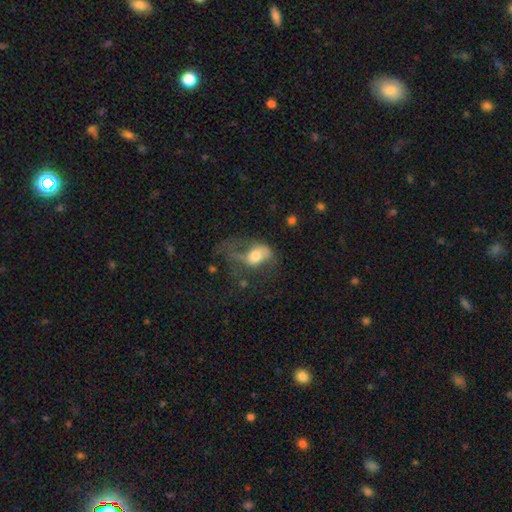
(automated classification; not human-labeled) Q: Smooth or featured?
A: smooth (55%); runner-up: featured or disk (35%)
Q: How rounded?
A: in between (72%); runner-up: round (26%)
Q: Merging?
A: major disturbance (60%); runner-up: none (18%)